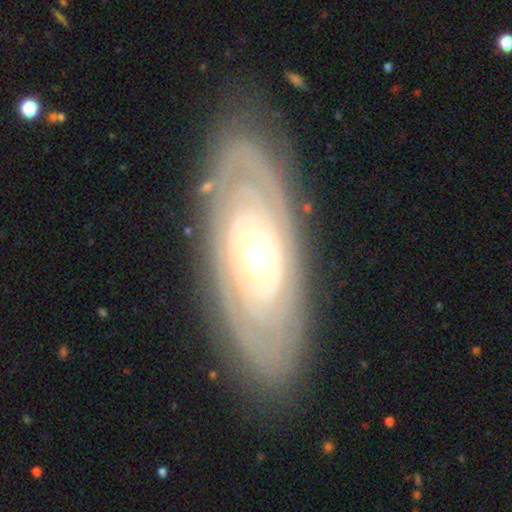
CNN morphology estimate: The model was most divided on "bulge size": moderate: 54%, small: 40%, large: 4%, dominant: 1%, none: 1%. Remaining: edge-on disk — no (90%); spiral arms — yes (86%); smooth or featured — featured or disk (84%); merging — none (84%); spiral winding — tight (82%); bar — no (79%); spiral arm count — can't tell (42%).